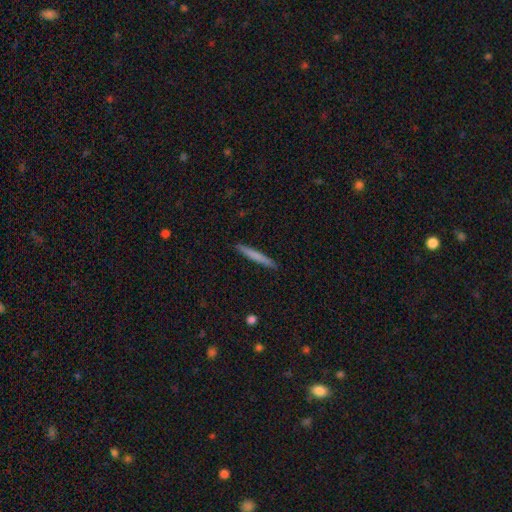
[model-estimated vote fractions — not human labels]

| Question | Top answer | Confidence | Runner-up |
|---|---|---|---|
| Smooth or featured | smooth | 72% | featured or disk (23%) |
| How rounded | cigar-shaped | 96% | in between (3%) |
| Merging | none | 90% | minor disturbance (7%) |